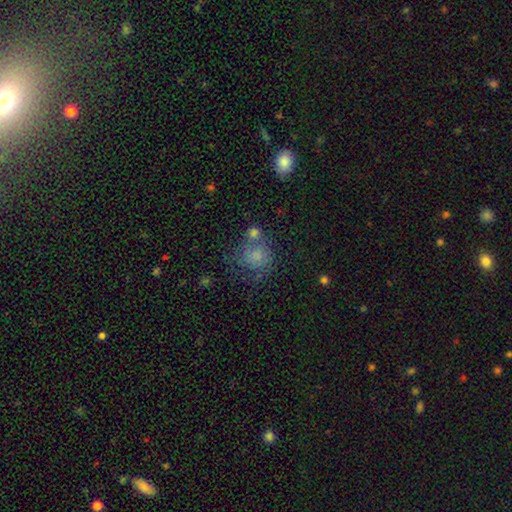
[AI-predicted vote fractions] This appears to be a smooth galaxy with no disk features (66%) that is round (78%). Merging: none (44%).